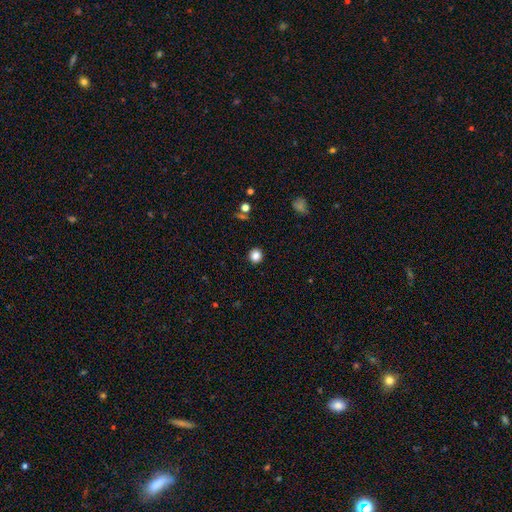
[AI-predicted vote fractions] This appears to be a smooth galaxy with no disk features (84%) that is round (93%). Merging: none (92%).